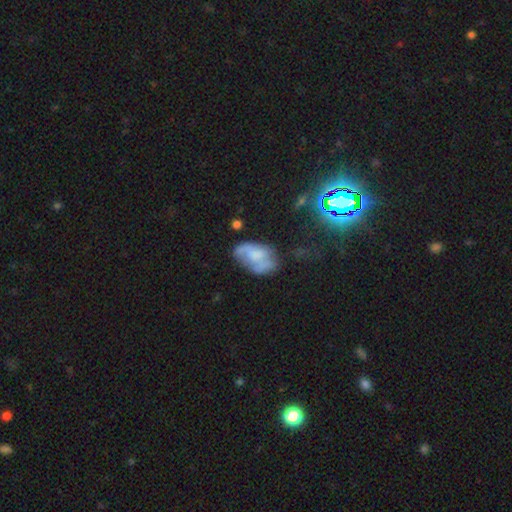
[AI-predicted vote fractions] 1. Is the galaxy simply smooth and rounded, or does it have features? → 49% featured or disk, 40% smooth, 12% star or artifact.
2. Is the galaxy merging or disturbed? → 43% none, 30% minor disturbance, 19% major disturbance, 7% merger.